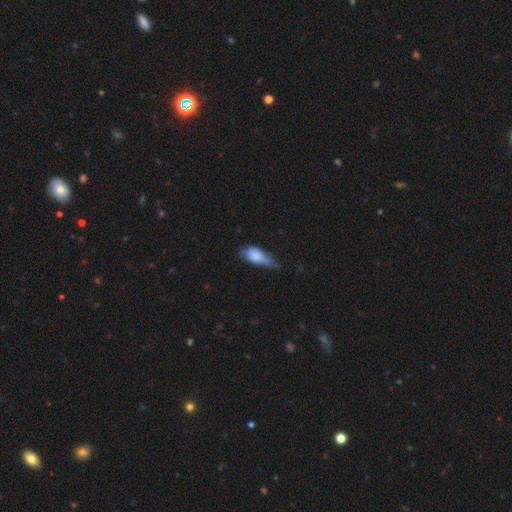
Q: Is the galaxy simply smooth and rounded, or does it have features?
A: smooth — 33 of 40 (82%).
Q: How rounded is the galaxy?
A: in between — 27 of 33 (82%).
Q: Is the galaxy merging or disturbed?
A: minor disturbance — 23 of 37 (62%).